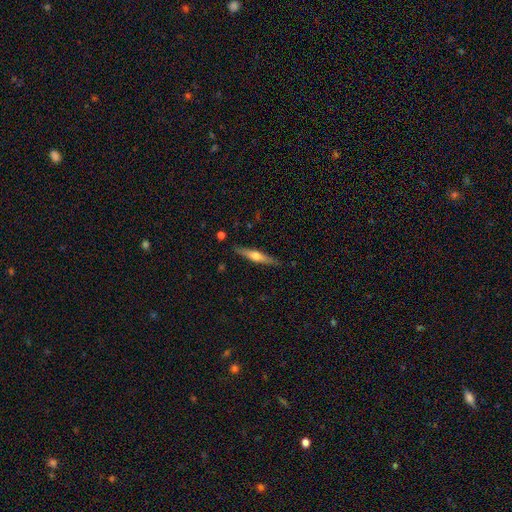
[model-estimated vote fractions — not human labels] Smooth or featured?
  - featured or disk: 59% *
  - smooth: 35%
  - star or artifact: 6%
Edge-on disk?
  - yes: 95% *
  - no: 5%
Edge-on bulge?
  - rounded: 90% *
  - none: 6%
  - boxy: 4%
Merging?
  - none: 88% *
  - minor disturbance: 9%
  - major disturbance: 2%
  - merger: 1%